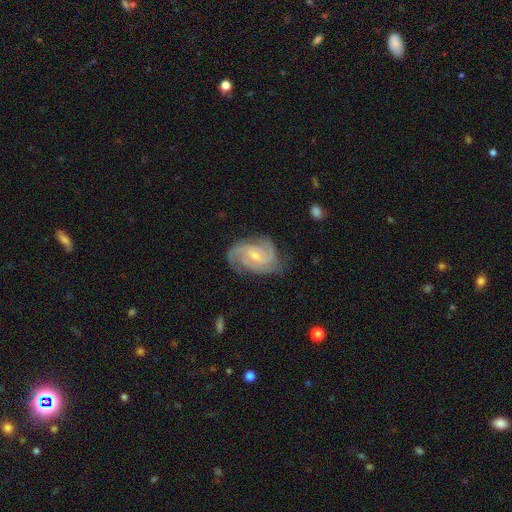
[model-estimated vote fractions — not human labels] Overall: featured or disk (89%). Edge-on disk: no (98%). Bar: weak (48%; no 40%). Spiral arms: yes (98%). Spiral arm count: 3 (43%; 2 26%). Spiral winding: tight (47%; medium 44%). Bulge size: small (67%; moderate 29%). Merging: none (72%).